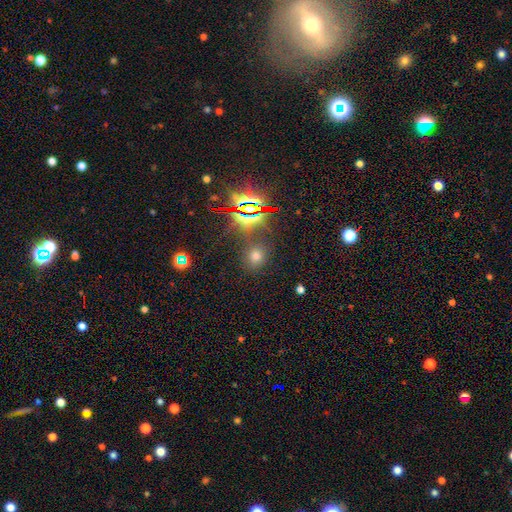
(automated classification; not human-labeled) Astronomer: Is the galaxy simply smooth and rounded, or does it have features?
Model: smooth — 56% (runner-up: star or artifact, 37%).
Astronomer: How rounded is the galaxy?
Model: round — 70%.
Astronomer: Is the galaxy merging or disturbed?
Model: none — 81%.